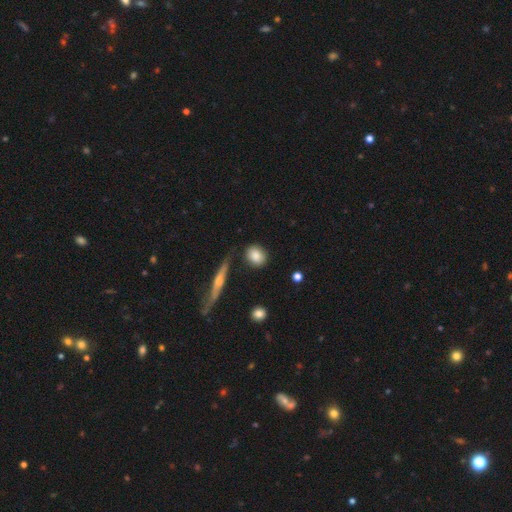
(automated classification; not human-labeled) Smooth or featured?
  - smooth: 85% *
  - featured or disk: 9%
  - star or artifact: 7%
How rounded?
  - round: 56% *
  - in between: 39%
  - cigar-shaped: 5%
Merging?
  - none: 79% *
  - minor disturbance: 13%
  - merger: 4%
  - major disturbance: 4%